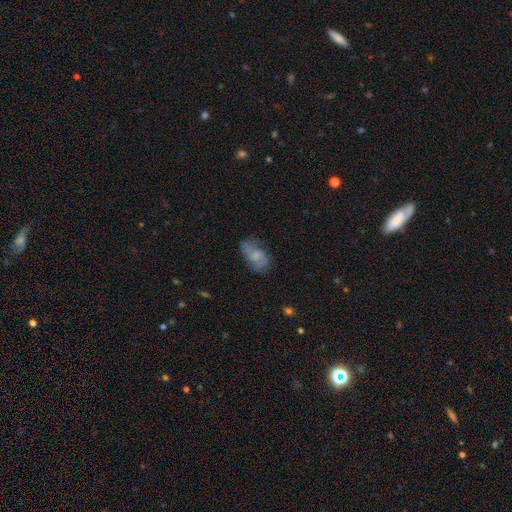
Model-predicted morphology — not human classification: smooth-or-featured: featured or disk: 53% | smooth: 39% | star or artifact: 8%
  disk-edge-on: no: 96% | yes: 4%
    bar: no: 54% | weak: 40% | strong: 7%
    has-spiral-arms: yes: 84% | no: 16%
    bulge-size: none: 35% (tied) | small: 35% (tied) | moderate: 24% | large: 5% | dominant: 1%
  merging: none: 64% | minor disturbance: 24% | major disturbance: 11% | merger: 2%